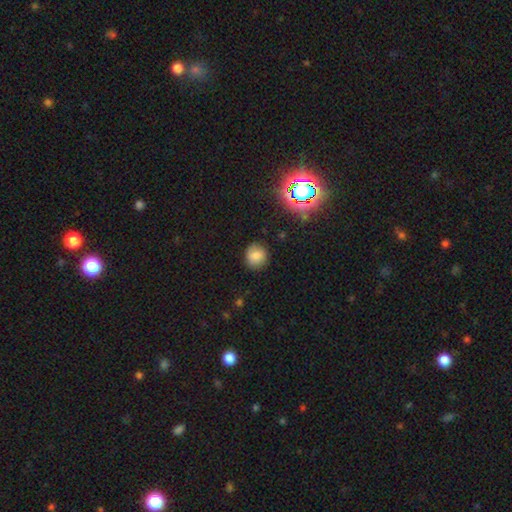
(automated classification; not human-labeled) Smooth or featured?
  - smooth: 78% *
  - star or artifact: 14%
  - featured or disk: 8%
How rounded?
  - round: 85% *
  - in between: 14%
  - cigar-shaped: 1%
Merging?
  - none: 86% *
  - minor disturbance: 10%
  - major disturbance: 3%
  - merger: 1%